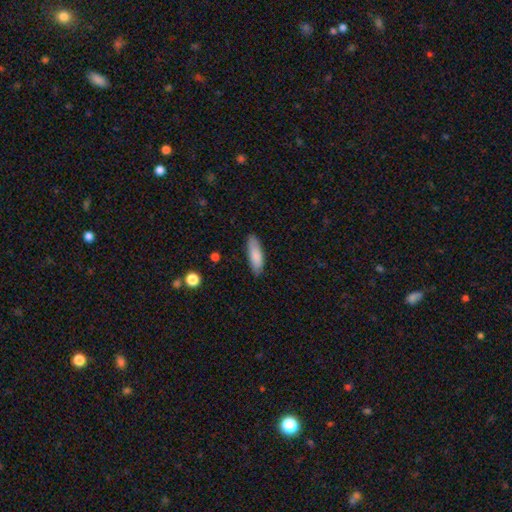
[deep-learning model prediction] Q: Smooth or featured?
A: smooth (84%); runner-up: featured or disk (10%)
Q: How rounded?
A: in between (55%); runner-up: cigar-shaped (43%)
Q: Merging?
A: none (84%); runner-up: minor disturbance (13%)